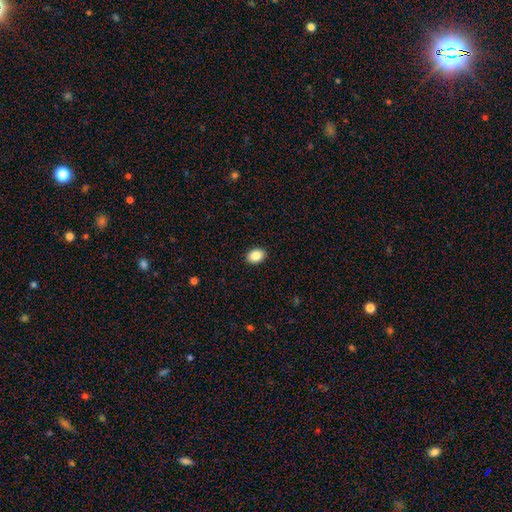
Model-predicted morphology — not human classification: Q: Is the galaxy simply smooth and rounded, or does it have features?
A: smooth — 87%.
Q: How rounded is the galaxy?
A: in between — 68%.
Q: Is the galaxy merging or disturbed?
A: none — 91%.